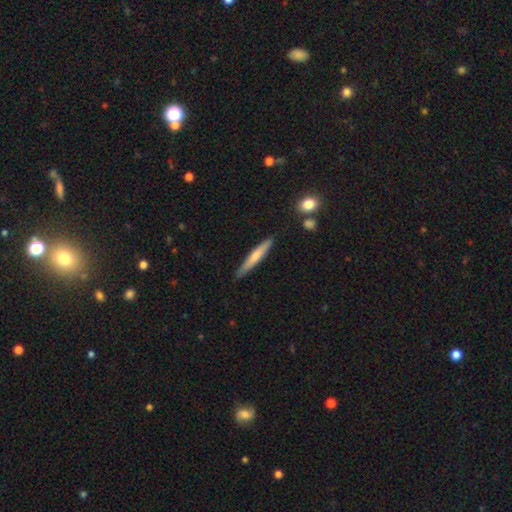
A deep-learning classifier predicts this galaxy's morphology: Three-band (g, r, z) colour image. It shows a smooth galaxy with no disk features (64%) that is cigar-shaped (93%). Merging: none (84%).